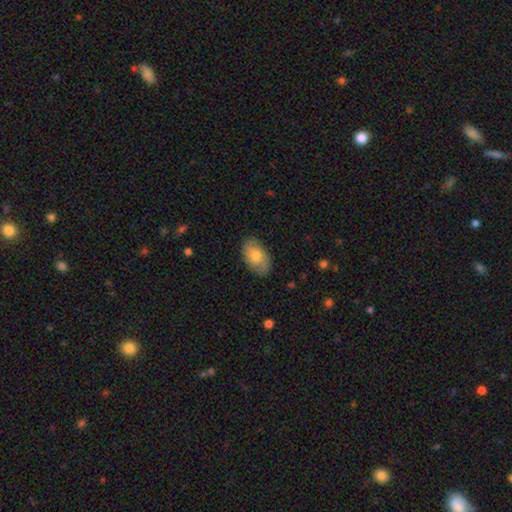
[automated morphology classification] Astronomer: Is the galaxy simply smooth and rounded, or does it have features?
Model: smooth — 73%.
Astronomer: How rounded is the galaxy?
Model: in between — 93%.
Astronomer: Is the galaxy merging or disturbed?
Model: none — 83%.